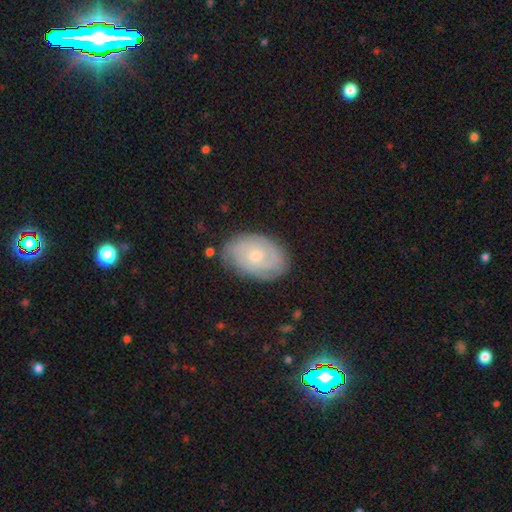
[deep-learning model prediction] This is likely a featured or disk galaxy (69%). It is clearly not viewed edge-on (96%). Bar: likely no (72%). Spiral arm pattern: clearly yes (90%). Spiral arm count: marginally 2 (38%). Spiral winding: likely tight (67%). Central bulge: possibly small (57%). Merging: likely none (79%).